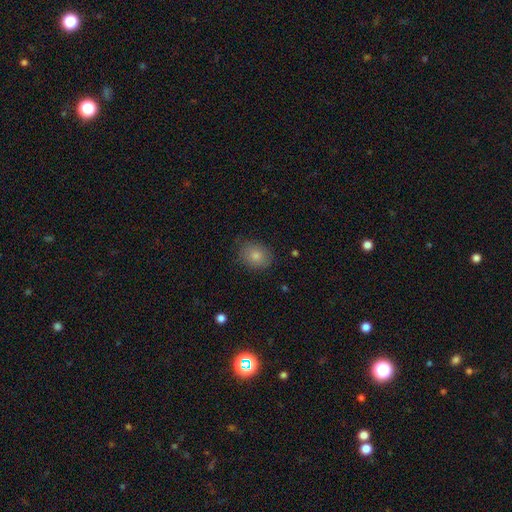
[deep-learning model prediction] smooth-or-featured: smooth: 83% | featured or disk: 9% | star or artifact: 9%
  how-rounded: round: 54% | in between: 45% | cigar-shaped: 1%
  merging: none: 78% | minor disturbance: 17% | major disturbance: 4% | merger: 1%